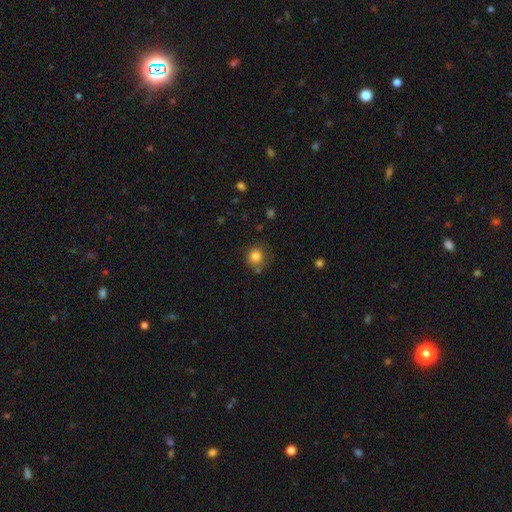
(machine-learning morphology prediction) smooth 82%, star or artifact 11%, featured or disk 7%. Down the decision tree: how rounded — round (89%); merging — none (75%).